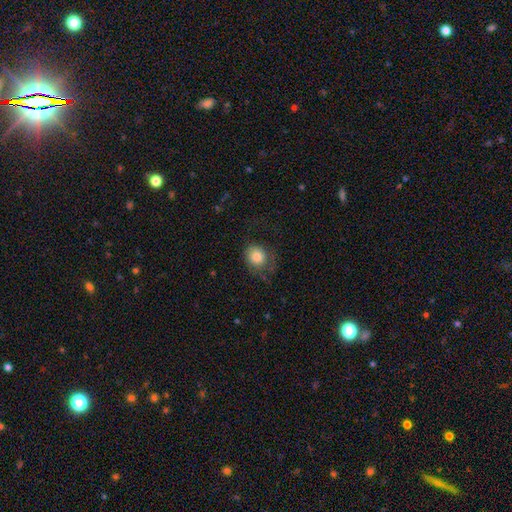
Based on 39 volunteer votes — Overall: smooth (82%). How rounded: round (72%). Merging: none (49%; major disturbance 26%).